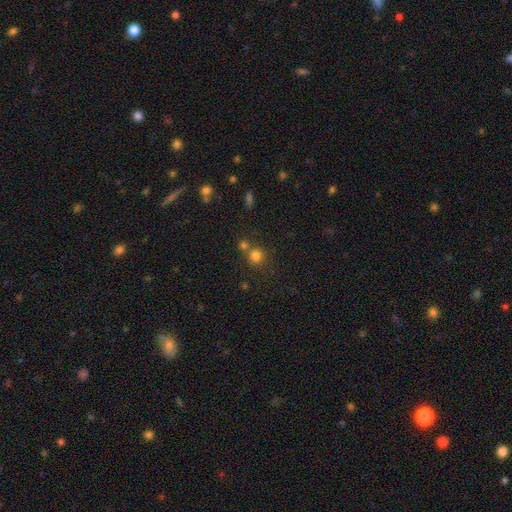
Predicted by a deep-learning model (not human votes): Smooth or featured? Predicted: smooth (p=0.79). How rounded? Predicted: round (p=0.90). Merging? Predicted: none (p=0.62).